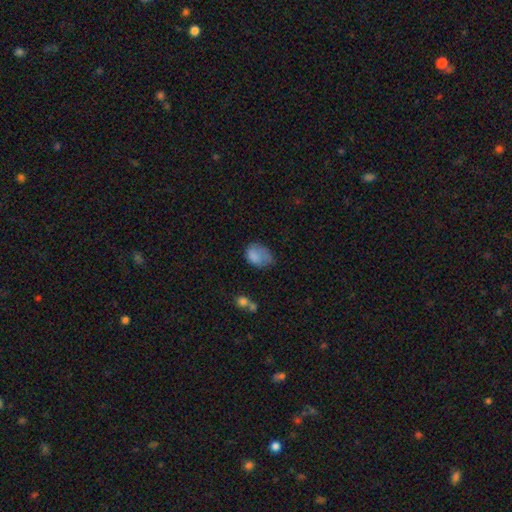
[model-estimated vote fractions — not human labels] Smooth or featured?
  - smooth: 78% *
  - featured or disk: 12%
  - star or artifact: 10%
How rounded?
  - in between: 75% *
  - round: 23%
  - cigar-shaped: 1%
Merging?
  - minor disturbance: 37% *
  - none: 36%
  - major disturbance: 23%
  - merger: 4%